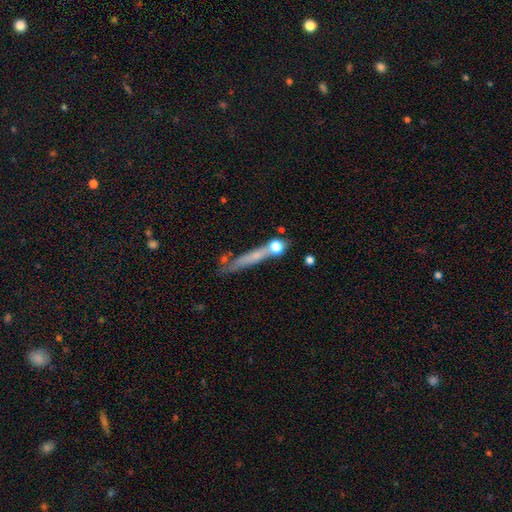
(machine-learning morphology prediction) Q: Smooth or featured?
A: smooth (47%); runner-up: featured or disk (40%)
Q: Merging?
A: none (62%); runner-up: minor disturbance (17%)